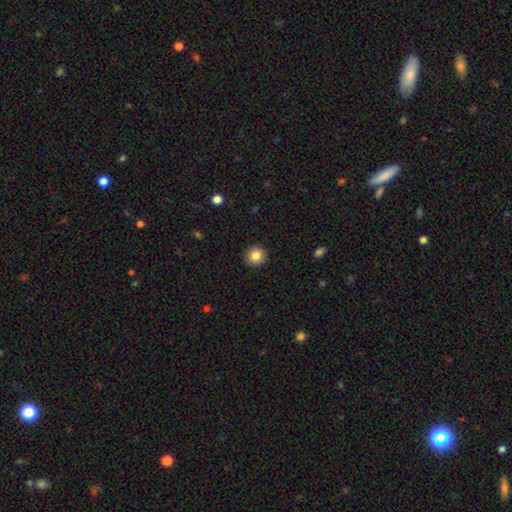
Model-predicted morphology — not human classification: This is clearly a smooth galaxy (84%). How rounded: clearly round (94%). Merging: clearly none (92%).